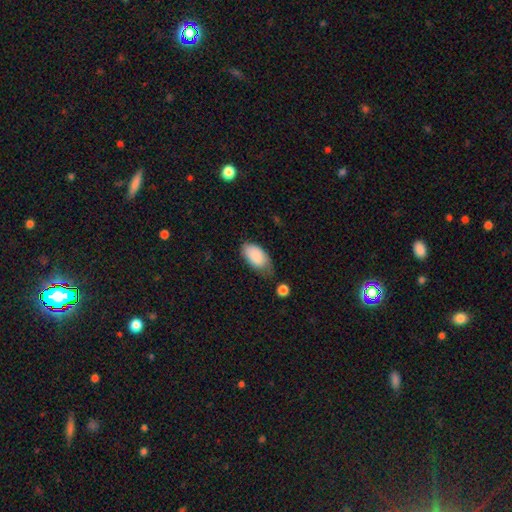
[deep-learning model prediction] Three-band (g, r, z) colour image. It shows a smooth galaxy with no disk features (86%) that is in between round and cigar-shaped (95%). Merging: none (47%).